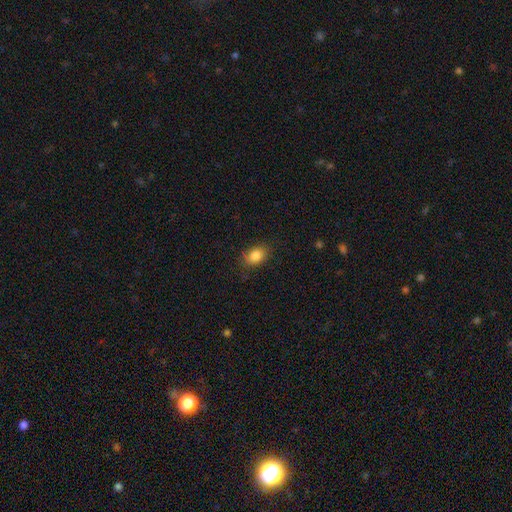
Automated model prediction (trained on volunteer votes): Smooth or featured? Predicted: smooth (p=0.85). How rounded? Predicted: in between (p=0.80). Merging? Predicted: none (p=0.83).